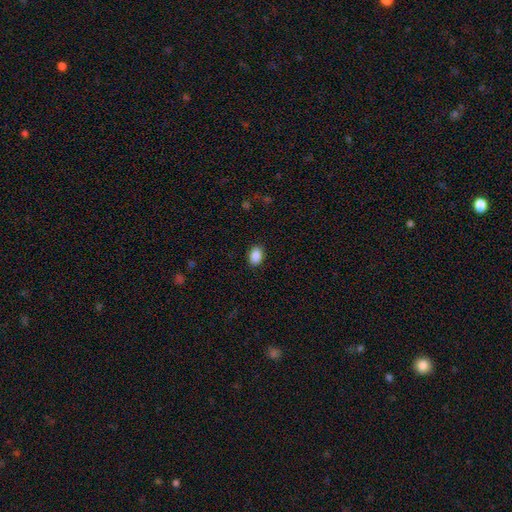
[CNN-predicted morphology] Overall: smooth (89%). How rounded: in between (82%). Merging: none (88%).